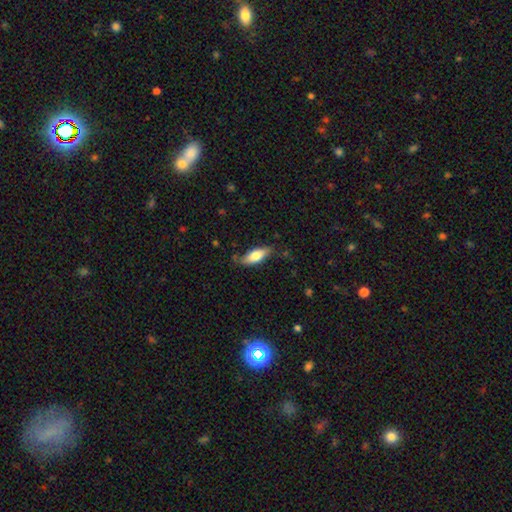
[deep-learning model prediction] Overall: smooth (74%). How rounded: in between (72%). Merging: none (74%).